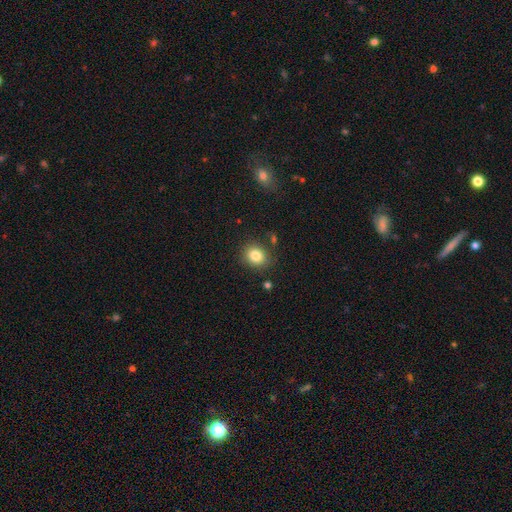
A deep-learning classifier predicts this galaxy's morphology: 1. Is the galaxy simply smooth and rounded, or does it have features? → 83% smooth, 10% star or artifact, 7% featured or disk.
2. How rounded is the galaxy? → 61% round, 38% in between, 1% cigar-shaped.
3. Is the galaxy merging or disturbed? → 82% none, 12% minor disturbance, 3% major disturbance, 3% merger.